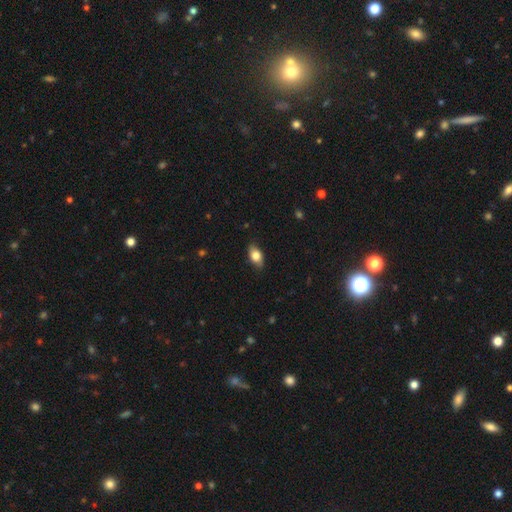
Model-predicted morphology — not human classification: Q: Smooth or featured?
A: smooth (79%); runner-up: featured or disk (14%)
Q: How rounded?
A: in between (88%); runner-up: round (7%)
Q: Merging?
A: none (84%); runner-up: minor disturbance (13%)